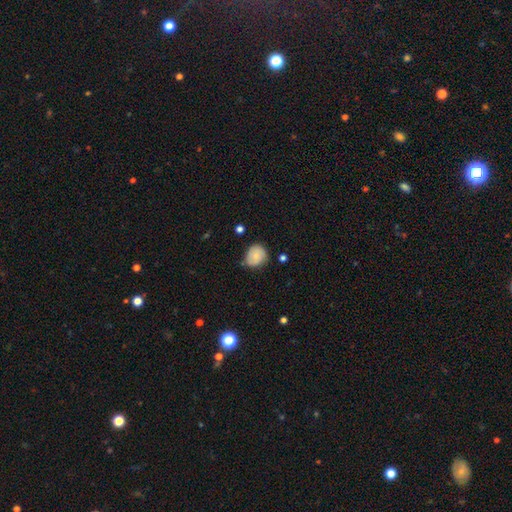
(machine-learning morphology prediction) Smooth or featured? Predicted: smooth (p=0.71). How rounded? Predicted: round (p=0.66). Merging? Predicted: none (p=0.59).